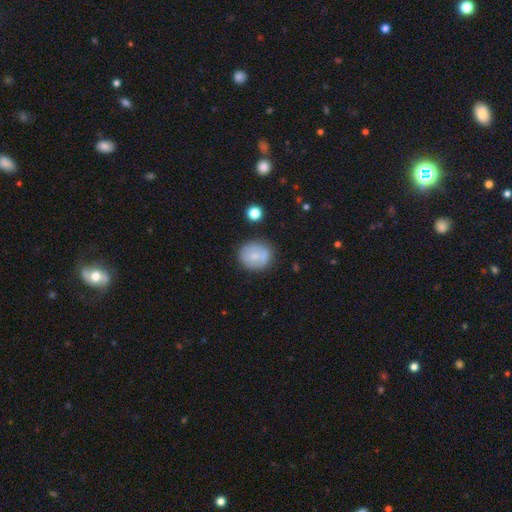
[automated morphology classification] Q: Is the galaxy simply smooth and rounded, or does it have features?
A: smooth — 67%.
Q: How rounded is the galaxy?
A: round — 82%.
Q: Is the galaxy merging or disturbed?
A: none — 73%.